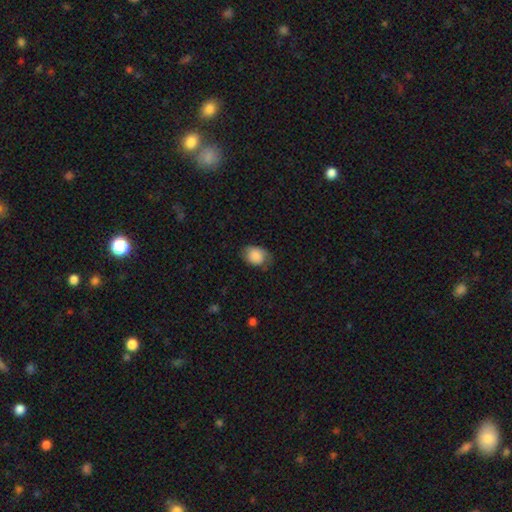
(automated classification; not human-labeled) smooth_or_featured: smooth (p=0.80) [alt: featured or disk p=0.13]
how_rounded: in between (p=0.68) [alt: round p=0.31]
merging: none (p=0.61) [alt: minor disturbance p=0.29]